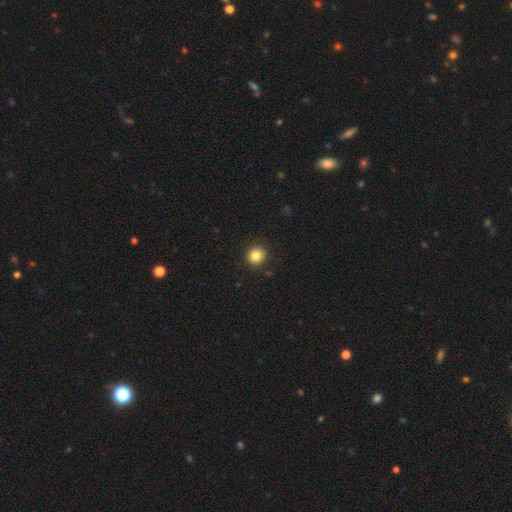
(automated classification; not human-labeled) Morphology: type=smooth (83%); roundness=round (87%); merging=none (90%).